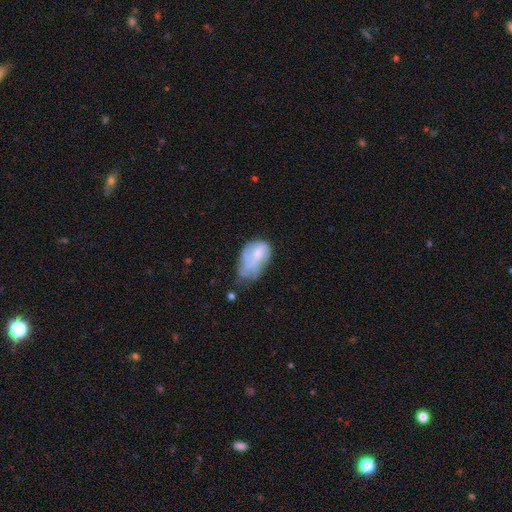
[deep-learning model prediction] Smooth or featured? Predicted: smooth (p=0.47). Merging? Predicted: minor disturbance (p=0.37).